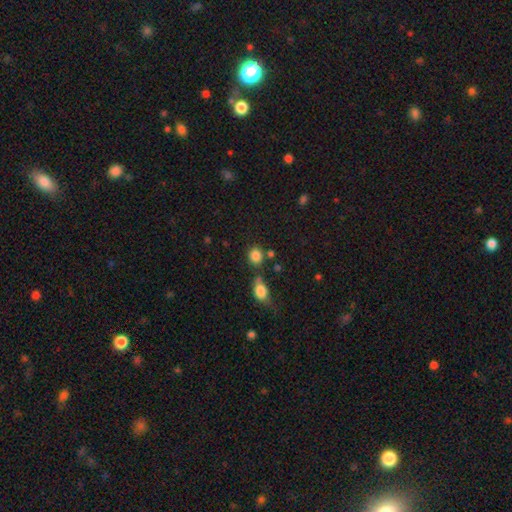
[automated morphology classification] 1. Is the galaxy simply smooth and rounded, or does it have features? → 84% smooth, 11% star or artifact, 5% featured or disk.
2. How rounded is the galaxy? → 71% round, 28% in between, 1% cigar-shaped.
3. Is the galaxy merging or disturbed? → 66% none, 16% merger, 13% minor disturbance, 5% major disturbance.